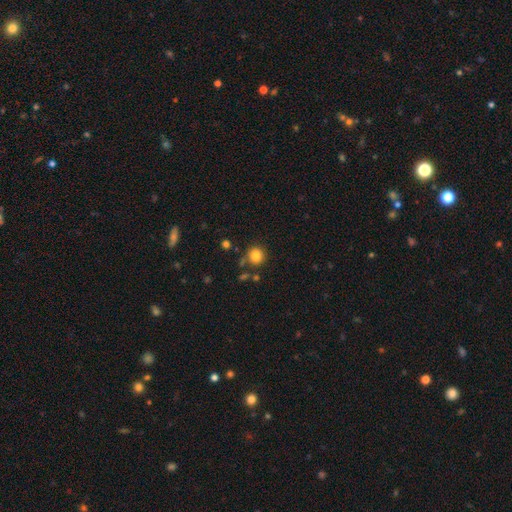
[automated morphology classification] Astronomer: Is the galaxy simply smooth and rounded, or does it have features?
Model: smooth — 83%.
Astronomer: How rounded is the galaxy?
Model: round — 91%.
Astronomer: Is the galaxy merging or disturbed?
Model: none — 77%.